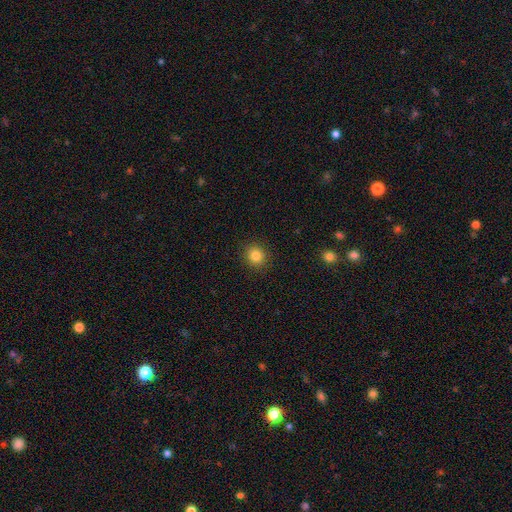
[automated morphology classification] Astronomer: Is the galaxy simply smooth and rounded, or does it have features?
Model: smooth — 83%.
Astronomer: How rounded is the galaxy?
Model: round — 88%.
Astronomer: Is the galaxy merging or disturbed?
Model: none — 91%.